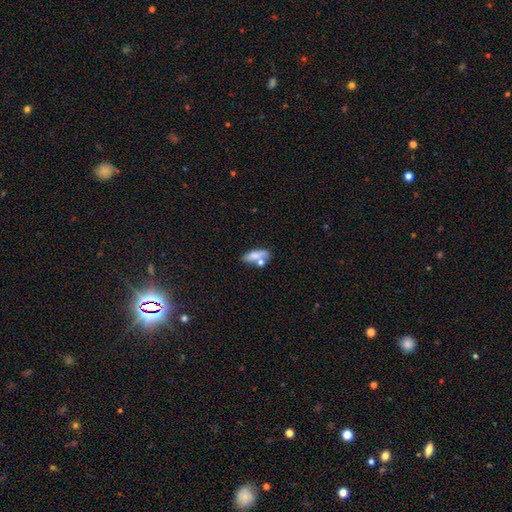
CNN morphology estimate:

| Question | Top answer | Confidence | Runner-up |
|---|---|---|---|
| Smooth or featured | smooth | 69% | featured or disk (23%) |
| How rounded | in between | 67% | cigar-shaped (29%) |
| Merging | none | 45% | merger (31%) |